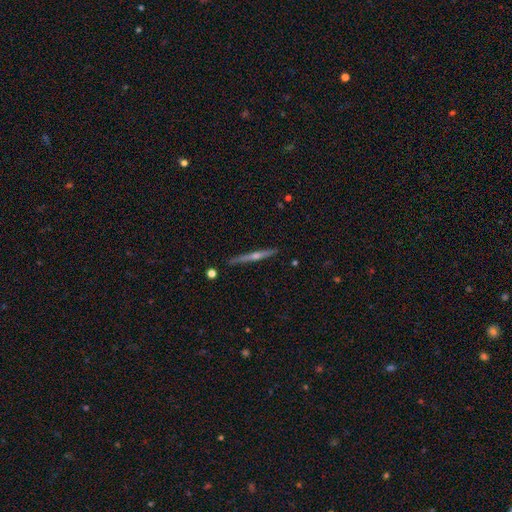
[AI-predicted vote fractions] Smooth or featured?
  - featured or disk: 77% *
  - smooth: 17%
  - star or artifact: 6%
Edge-on disk?
  - yes: 98% *
  - no: 2%
Edge-on bulge?
  - rounded: 83% *
  - none: 12%
  - boxy: 4%
Merging?
  - none: 90% *
  - minor disturbance: 7%
  - merger: 1%
  - major disturbance: 1%